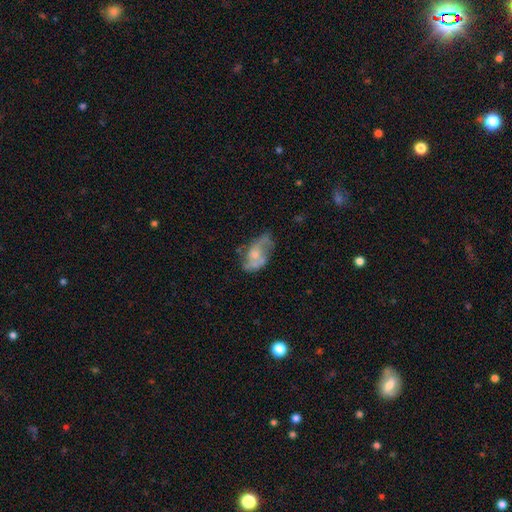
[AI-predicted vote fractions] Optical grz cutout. It shows a featured or disk galaxy (57%) with no bar (79%), no spiral arms (54%) and a small central bulge (40%). Merging: none (41%).